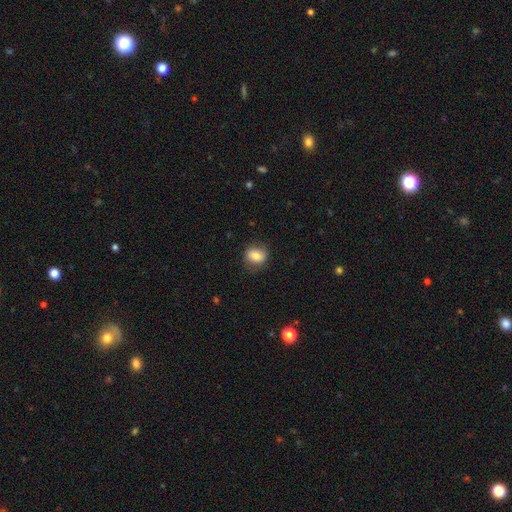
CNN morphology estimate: smooth_or_featured: smooth (p=0.75) [alt: featured or disk p=0.16]
how_rounded: round (p=0.53) [alt: in between p=0.46]
merging: none (p=0.77) [alt: minor disturbance p=0.16]